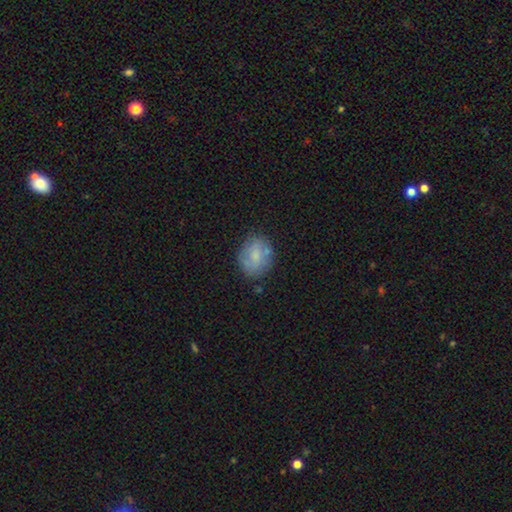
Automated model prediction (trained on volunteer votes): Smooth or featured? smooth (65%)
How rounded? round (51%)
Merging? none (71%)